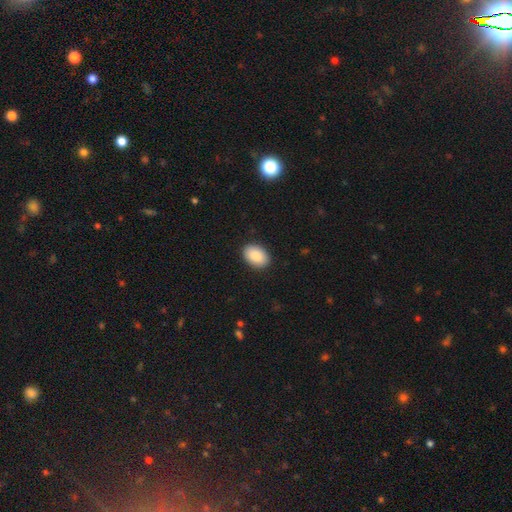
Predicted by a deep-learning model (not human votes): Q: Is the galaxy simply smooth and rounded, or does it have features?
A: smooth — 89%.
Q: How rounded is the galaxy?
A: in between — 87%.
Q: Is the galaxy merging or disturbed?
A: none — 90%.